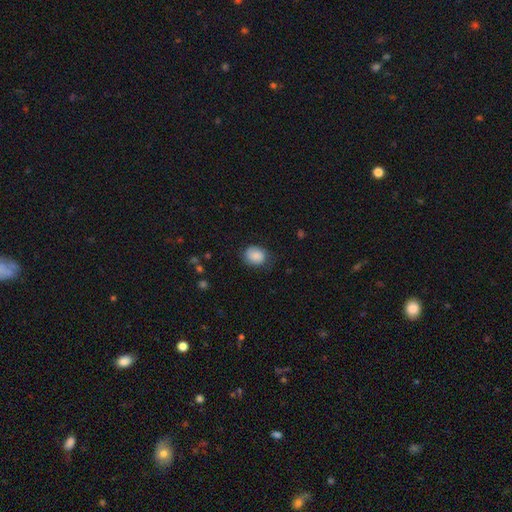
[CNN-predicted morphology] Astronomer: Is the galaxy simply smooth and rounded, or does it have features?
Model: smooth — 83%.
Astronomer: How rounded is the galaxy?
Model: round — 59% (runner-up: in between, 40%).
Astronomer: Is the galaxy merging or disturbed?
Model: none — 69%.